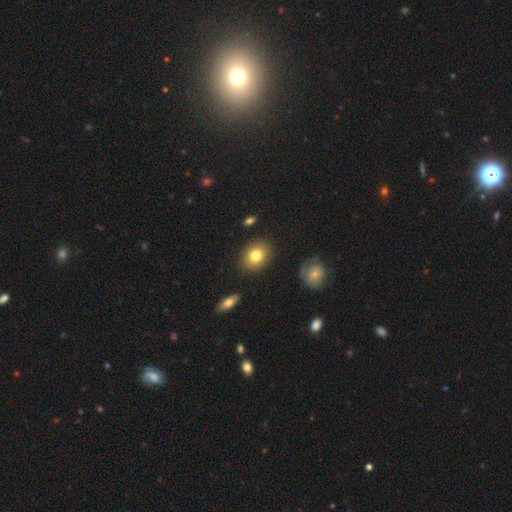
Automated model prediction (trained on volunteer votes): smooth 82%, featured or disk 10%, star or artifact 8%. Down the decision tree: how rounded — in between (53%); merging — none (86%).